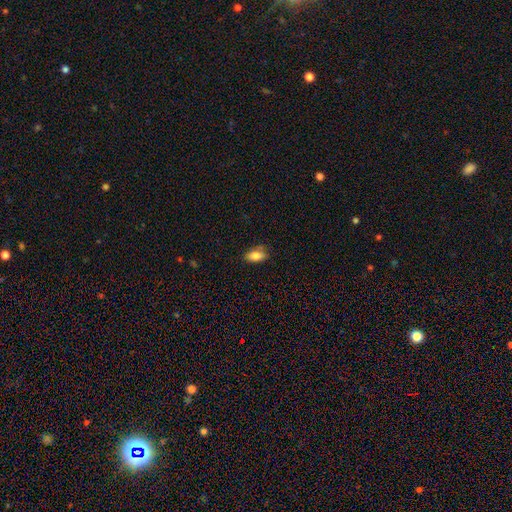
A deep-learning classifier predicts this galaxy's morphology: A smooth galaxy with no disk features (82%) that is in between round and cigar-shaped (89%). Merging: none (72%).